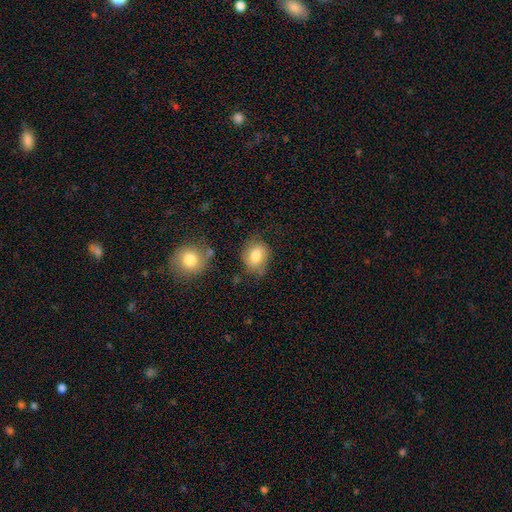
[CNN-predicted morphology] smooth-or-featured: smooth: 77% | featured or disk: 16% | star or artifact: 8%
  how-rounded: in between: 57% | round: 42% | cigar-shaped: 1%
  merging: none: 63% | minor disturbance: 25% | major disturbance: 8% | merger: 4%